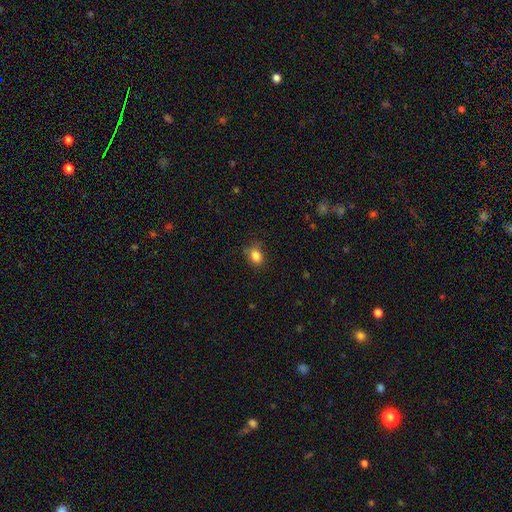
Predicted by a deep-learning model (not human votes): A smooth galaxy with no disk features (84%) that is in between round and cigar-shaped (57%). Merging: none (76%).